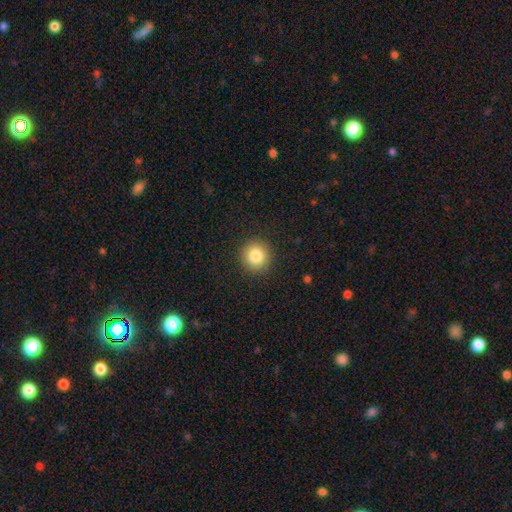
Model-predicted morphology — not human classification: Q: Smooth or featured?
A: smooth (84%); runner-up: star or artifact (9%)
Q: How rounded?
A: round (92%); runner-up: in between (7%)
Q: Merging?
A: none (91%); runner-up: minor disturbance (6%)